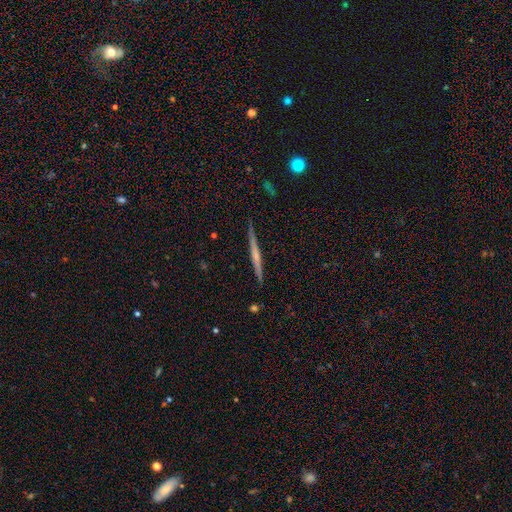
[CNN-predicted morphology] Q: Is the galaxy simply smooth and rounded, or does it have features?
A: featured or disk — 64%.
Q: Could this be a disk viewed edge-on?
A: yes — 98%.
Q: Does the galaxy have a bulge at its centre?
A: none — 48%.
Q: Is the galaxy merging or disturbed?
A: none — 88%.